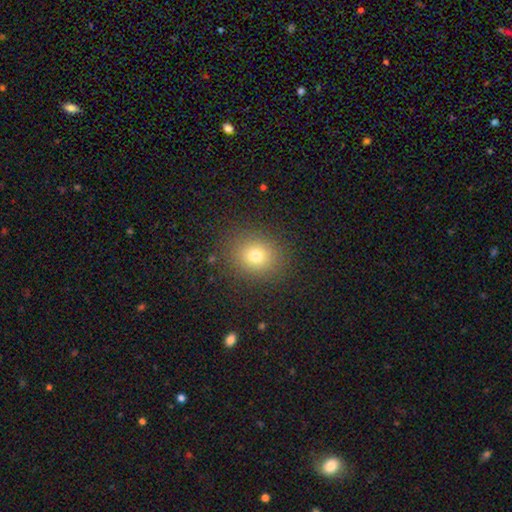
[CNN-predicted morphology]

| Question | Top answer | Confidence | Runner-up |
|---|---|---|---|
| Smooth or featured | smooth | 75% | star or artifact (16%) |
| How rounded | round | 75% | in between (24%) |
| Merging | none | 87% | minor disturbance (8%) |